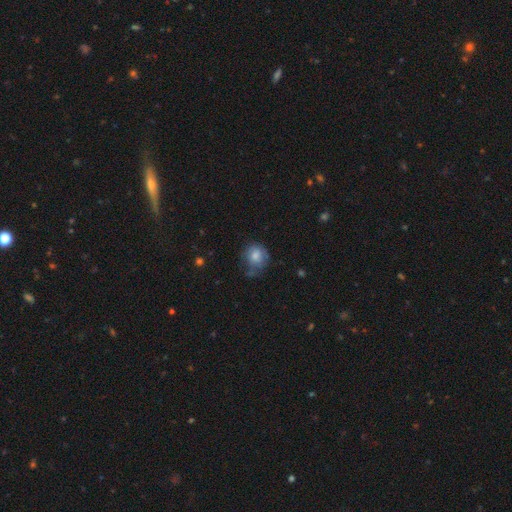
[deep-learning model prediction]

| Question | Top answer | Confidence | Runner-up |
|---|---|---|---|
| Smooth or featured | smooth | 73% | featured or disk (17%) |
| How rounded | round | 71% | in between (28%) |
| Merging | none | 50% | minor disturbance (31%) |